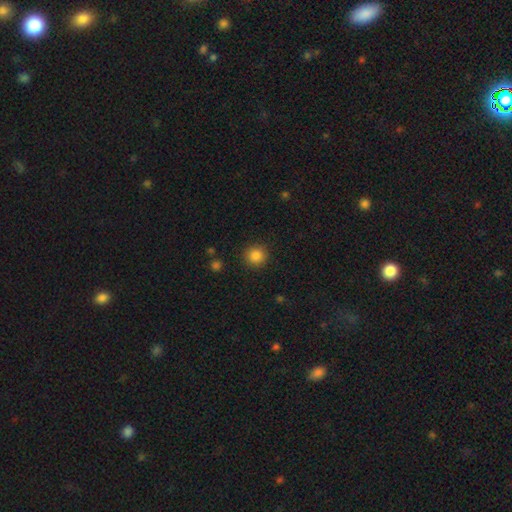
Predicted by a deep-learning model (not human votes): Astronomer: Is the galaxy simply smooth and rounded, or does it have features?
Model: smooth — 86%.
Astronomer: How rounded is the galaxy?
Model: round — 93%.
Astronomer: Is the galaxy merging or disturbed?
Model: none — 91%.